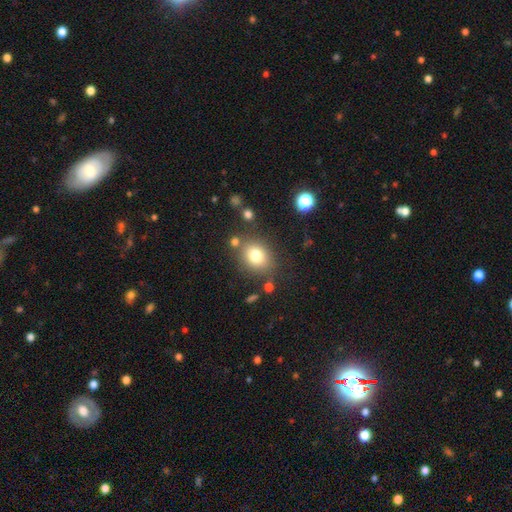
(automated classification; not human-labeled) Smooth or featured?
  - smooth: 77% *
  - star or artifact: 13%
  - featured or disk: 10%
How rounded?
  - round: 61% *
  - in between: 38%
  - cigar-shaped: 1%
Merging?
  - none: 76% *
  - minor disturbance: 12%
  - merger: 8%
  - major disturbance: 5%